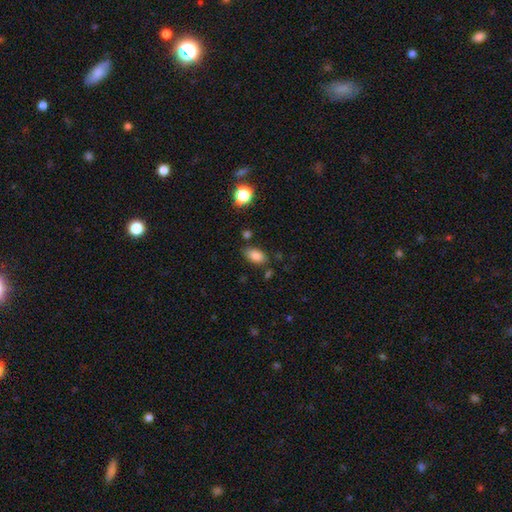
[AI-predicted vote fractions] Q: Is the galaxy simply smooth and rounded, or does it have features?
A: smooth — 84%.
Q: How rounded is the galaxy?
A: in between — 90%.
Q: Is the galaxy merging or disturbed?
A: none — 75%.